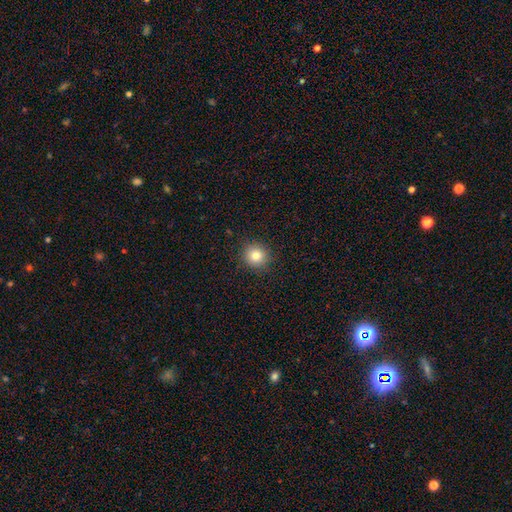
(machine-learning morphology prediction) Smooth or featured? Predicted: smooth (p=0.81). How rounded? Predicted: round (p=0.92). Merging? Predicted: none (p=0.91).